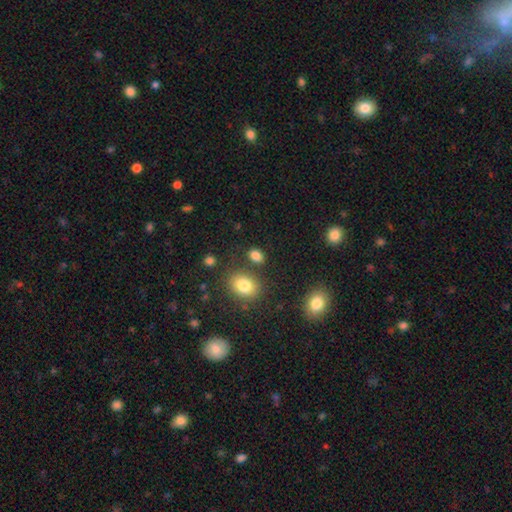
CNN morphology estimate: Smooth or featured: smooth — 83% (star or artifact — 12%)
How rounded: in between — 73% (round — 25%)
Merging: none — 76% (minor disturbance — 12%)